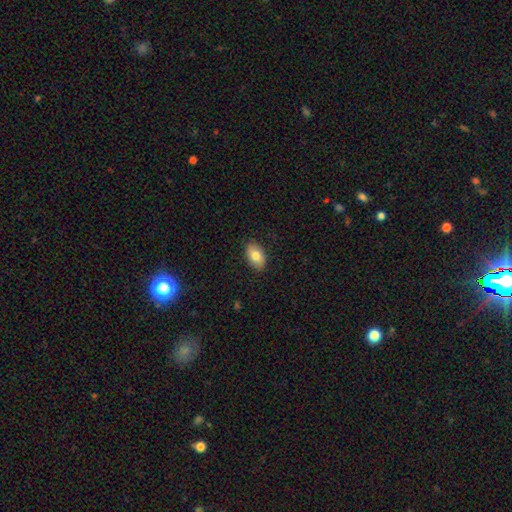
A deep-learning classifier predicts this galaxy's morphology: Smooth or featured? smooth (77%)
How rounded? in between (90%)
Merging? none (86%)